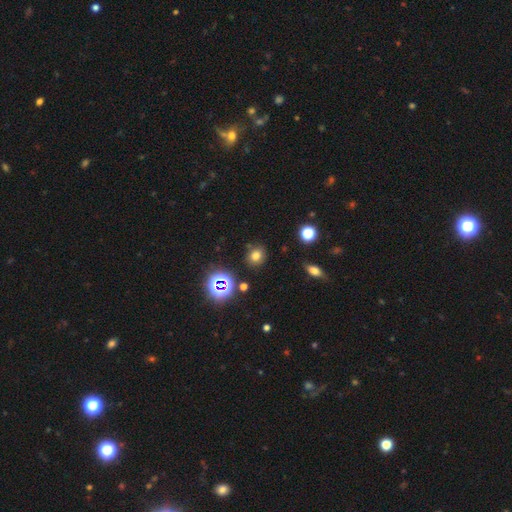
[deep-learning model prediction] Smooth or featured: smooth — 72% (star or artifact — 21%)
How rounded: round — 73% (in between — 26%)
Merging: none — 83% (minor disturbance — 10%)